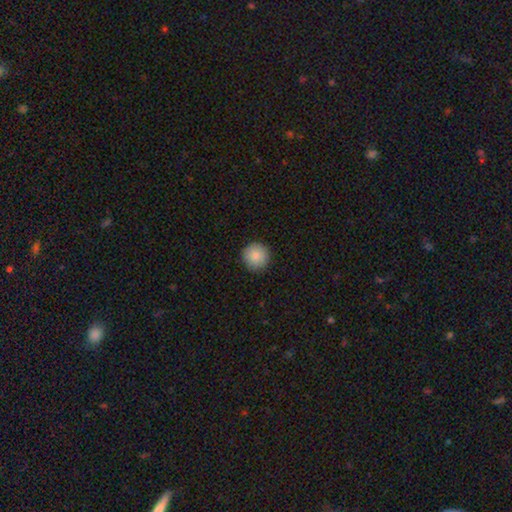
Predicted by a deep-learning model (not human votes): Overall: smooth (87%). How rounded: round (96%). Merging: none (92%).